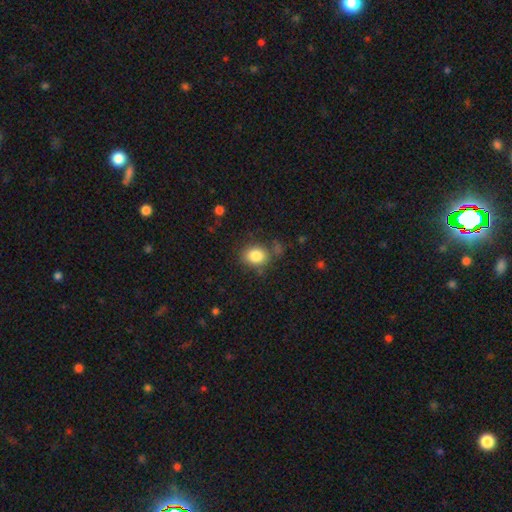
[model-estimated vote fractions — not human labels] Smooth or featured: smooth — 84% (star or artifact — 9%)
How rounded: round — 52% (in between — 47%)
Merging: none — 74% (minor disturbance — 15%)